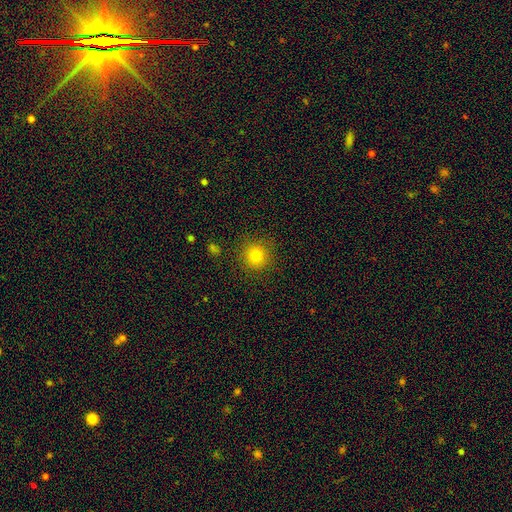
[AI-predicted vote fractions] Smooth or featured?
  - smooth: 80% *
  - star or artifact: 13%
  - featured or disk: 7%
How rounded?
  - round: 94% *
  - in between: 5%
  - cigar-shaped: 1%
Merging?
  - none: 89% *
  - minor disturbance: 7%
  - major disturbance: 3%
  - merger: 1%